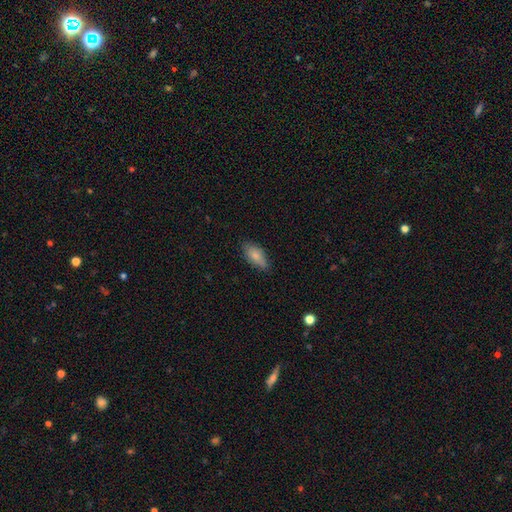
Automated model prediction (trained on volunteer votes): The model was most divided on "merging": none: 77%, minor disturbance: 19%, major disturbance: 3%, merger: 1%. More confident: how rounded — in between (86%); smooth or featured — smooth (81%).